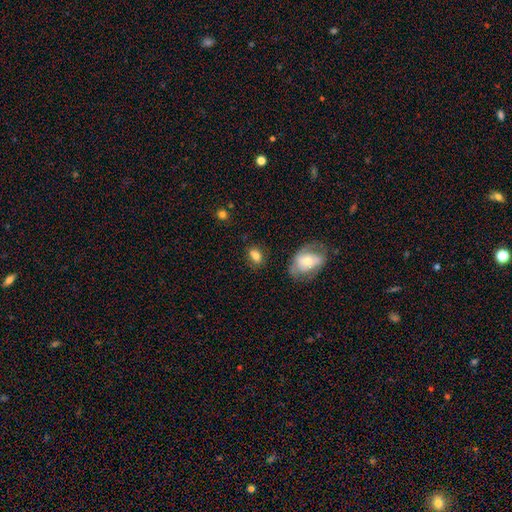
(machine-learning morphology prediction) type=smooth (75%); roundness=in between (67%); merging=none (57%).